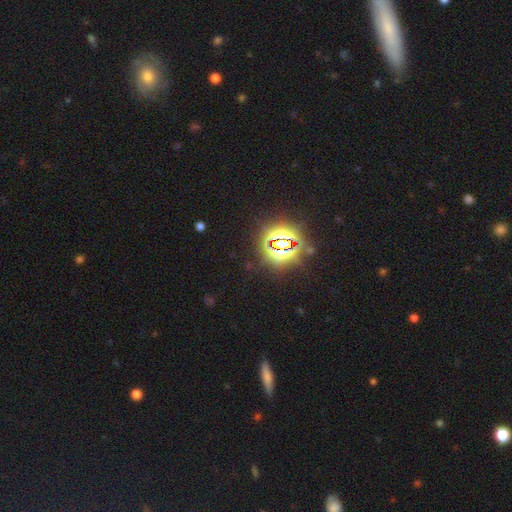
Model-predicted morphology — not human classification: smooth-or-featured: star or artifact: 80% | smooth: 13% | featured or disk: 7%